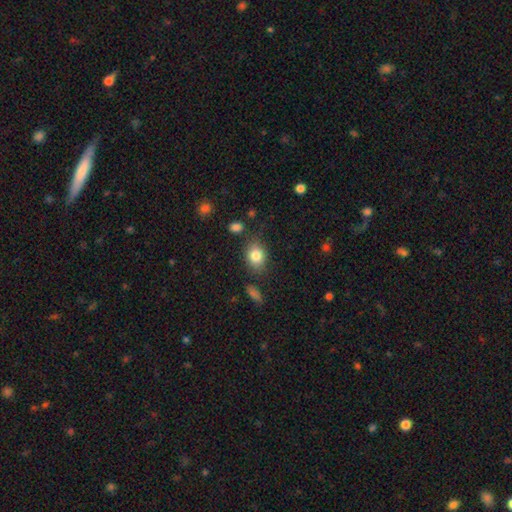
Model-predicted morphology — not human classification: This appears to be a smooth galaxy with no disk features (83%) that is in between round and cigar-shaped (57%). Merging: none (74%).